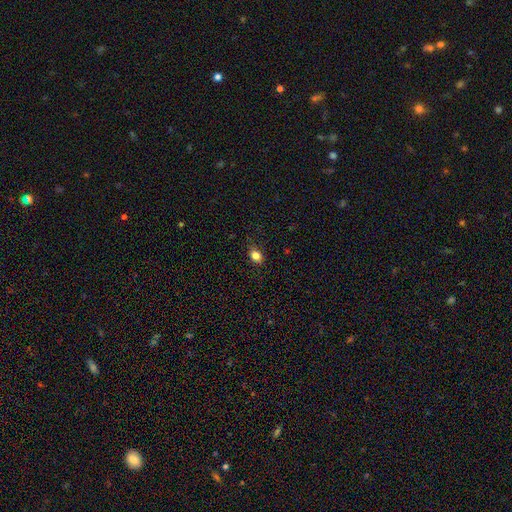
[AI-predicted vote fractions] Q: Smooth or featured?
A: smooth (82%); runner-up: star or artifact (12%)
Q: How rounded?
A: in between (62%); runner-up: round (37%)
Q: Merging?
A: none (82%); runner-up: minor disturbance (14%)